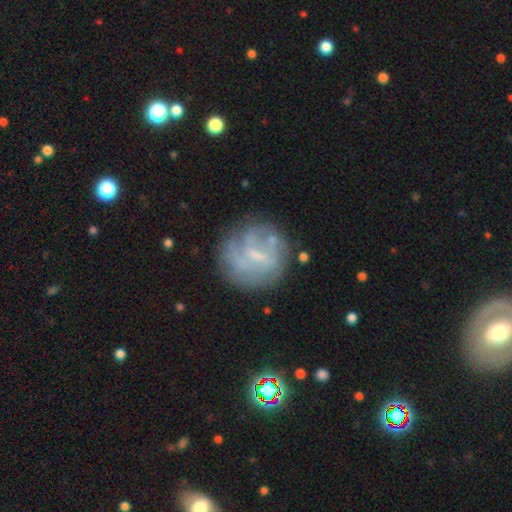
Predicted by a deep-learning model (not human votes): Smooth or featured? Predicted: featured or disk (p=0.61). Edge-on disk? Predicted: no (p=0.97). Bar? Predicted: weak (p=0.50). Spiral arms? Predicted: yes (p=0.55). Bulge size? Predicted: small (p=0.42). Merging? Predicted: none (p=0.67).